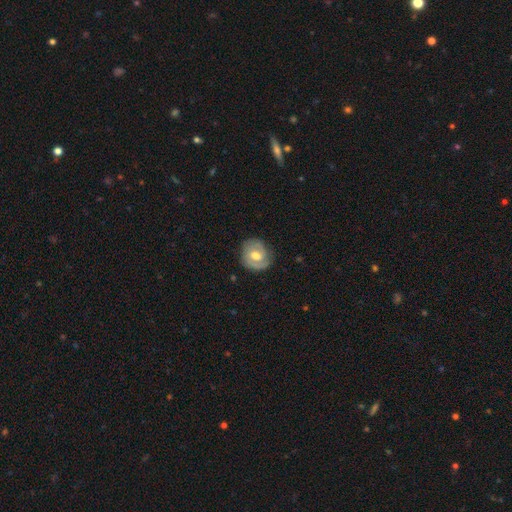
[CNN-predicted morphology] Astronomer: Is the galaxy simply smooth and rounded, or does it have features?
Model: featured or disk — 68%.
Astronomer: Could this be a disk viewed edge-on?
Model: no — 97%.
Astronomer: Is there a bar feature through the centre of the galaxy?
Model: weak — 44%, tied with no at 44%.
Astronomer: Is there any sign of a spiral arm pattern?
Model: yes — 84%.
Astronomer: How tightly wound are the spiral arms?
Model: tight — 53% (runner-up: medium, 35%).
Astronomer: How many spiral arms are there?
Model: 2 — 68%.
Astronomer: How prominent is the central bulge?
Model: moderate — 72%.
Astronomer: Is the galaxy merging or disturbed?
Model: none — 79%.